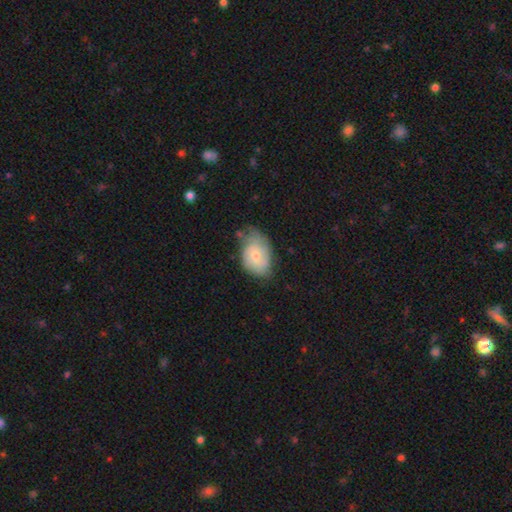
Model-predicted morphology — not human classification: type=smooth (50%); merging=none (52%).